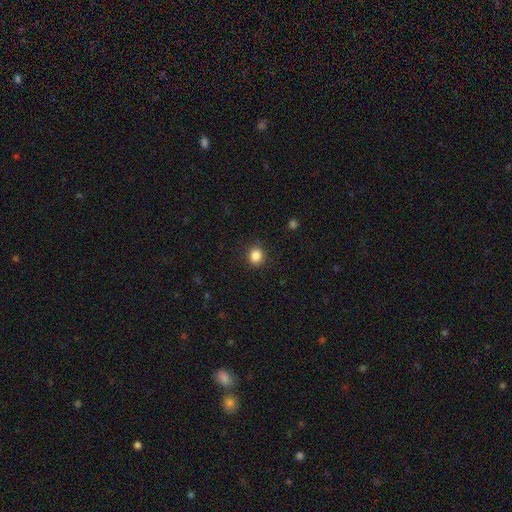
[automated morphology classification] smooth-or-featured: smooth: 85% | star or artifact: 11% | featured or disk: 4%
  how-rounded: round: 80% | in between: 19% | cigar-shaped: 1%
  merging: none: 88% | minor disturbance: 8% | major disturbance: 3% | merger: 1%